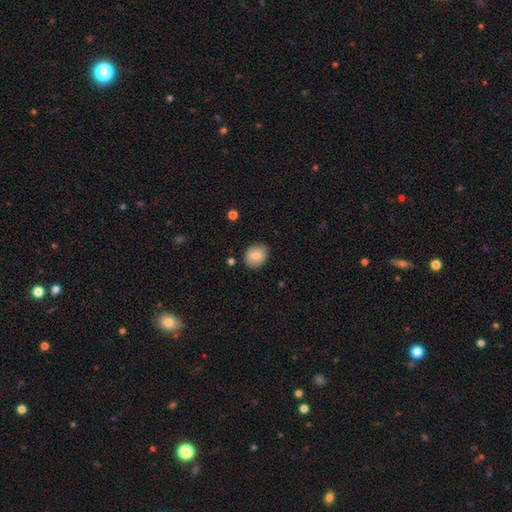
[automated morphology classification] A smooth galaxy with no disk features (82%) that is round (64%). Merging: none (83%).